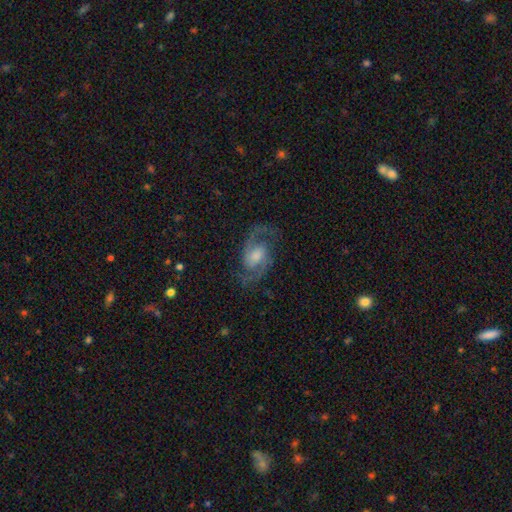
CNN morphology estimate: This is clearly a featured or disk galaxy (90%). It is clearly not viewed edge-on (98%). Bar: possibly weak (48%). Spiral arm pattern: clearly yes (98%). Spiral arm count: clearly 2 (93%). Spiral winding: likely medium (62%). Central bulge: possibly moderate (49%). Merging: clearly none (81%).